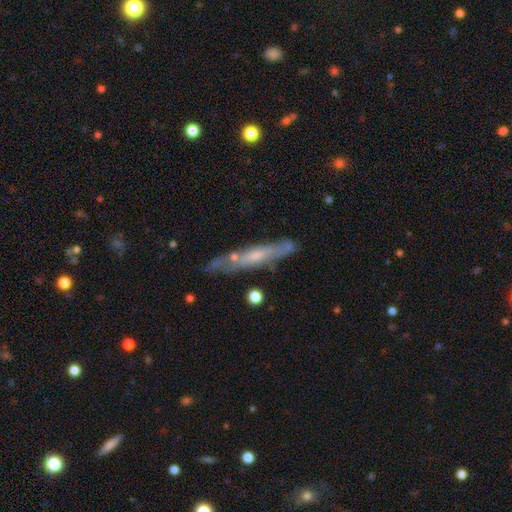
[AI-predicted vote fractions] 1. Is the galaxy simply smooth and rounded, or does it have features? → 62% featured or disk, 31% smooth, 6% star or artifact.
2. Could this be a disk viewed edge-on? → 70% yes, 30% no.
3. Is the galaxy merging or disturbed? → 71% none, 18% minor disturbance, 5% merger, 5% major disturbance.